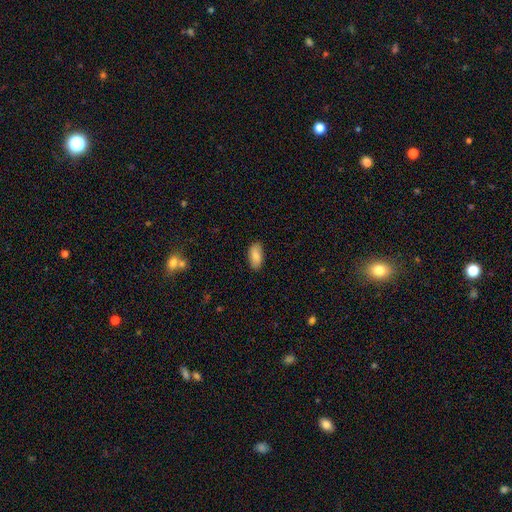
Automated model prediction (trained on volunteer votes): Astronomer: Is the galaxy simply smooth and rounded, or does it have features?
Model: smooth — 85%.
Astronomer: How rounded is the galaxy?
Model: in between — 90%.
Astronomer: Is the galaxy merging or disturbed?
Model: none — 86%.